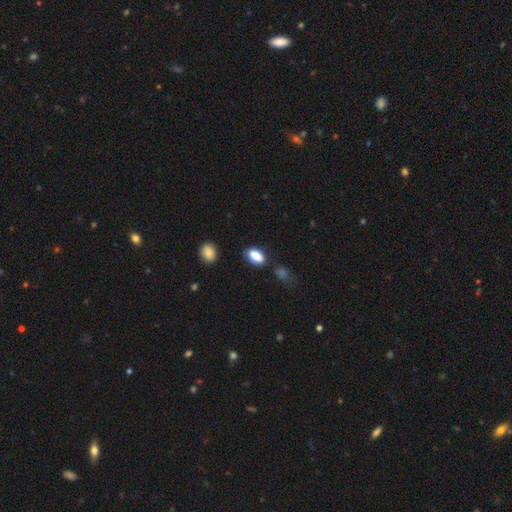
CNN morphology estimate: A smooth galaxy with no disk features (87%) that is in between round and cigar-shaped (90%). Merging: none (79%).